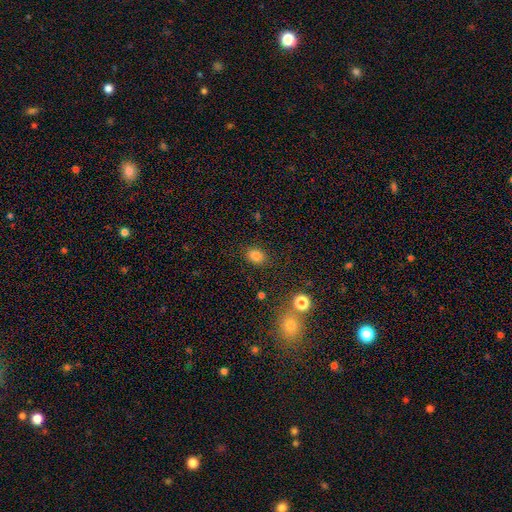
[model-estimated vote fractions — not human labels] Overall: smooth (82%). How rounded: in between (66%; round 33%). Merging: none (84%).